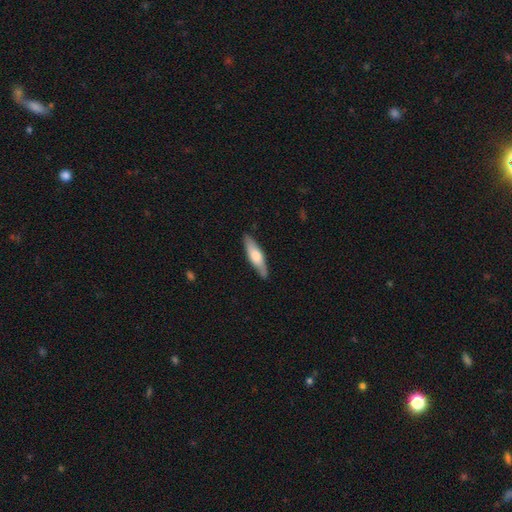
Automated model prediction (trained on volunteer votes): This appears to be a smooth galaxy with no disk features (58%) that is cigar-shaped (66%). Merging: none (85%).